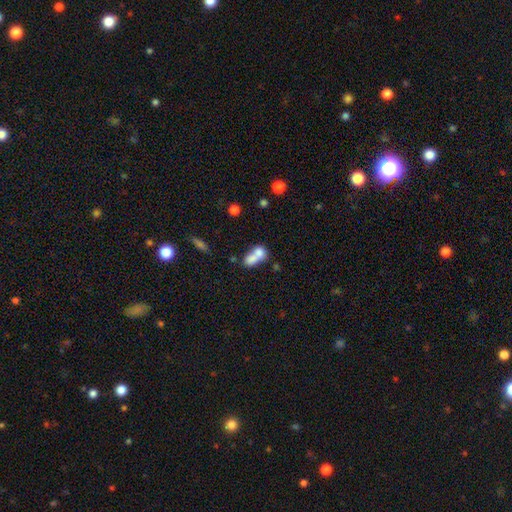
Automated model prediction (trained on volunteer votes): Morphology: type=smooth (72%); roundness=in between (66%); merging=merger (71%).